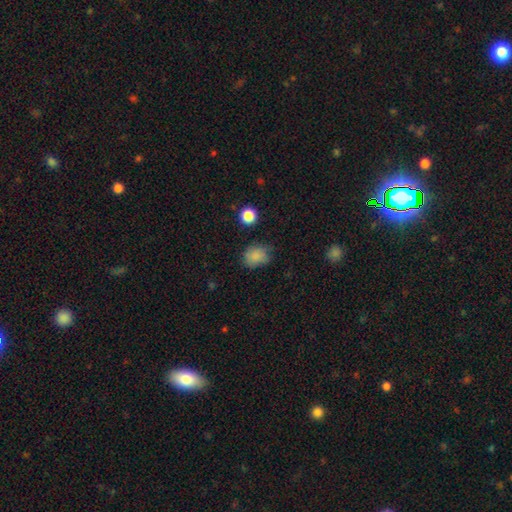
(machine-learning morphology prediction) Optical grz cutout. It shows a smooth galaxy with no disk features (83%) that is round (51%). Merging: none (68%).